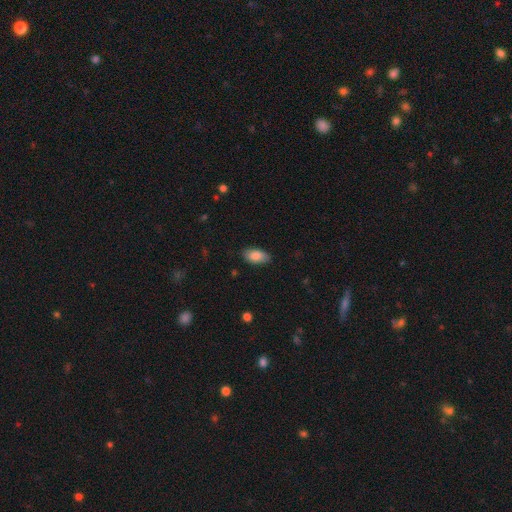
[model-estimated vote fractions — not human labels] smooth-or-featured: smooth: 85% | featured or disk: 8% | star or artifact: 7%
  how-rounded: in between: 93% | round: 4% | cigar-shaped: 3%
  merging: none: 84% | minor disturbance: 12% | major disturbance: 3% | merger: 1%